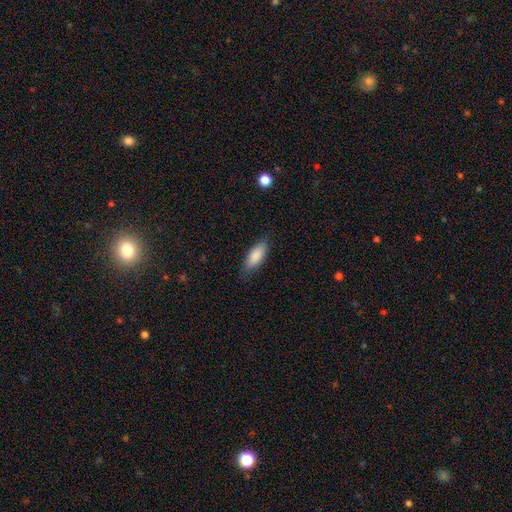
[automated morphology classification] smooth_or_featured: smooth (p=0.86) [alt: featured or disk p=0.08]
how_rounded: in between (p=0.77) [alt: cigar-shaped p=0.21]
merging: none (p=0.80) [alt: minor disturbance p=0.16]